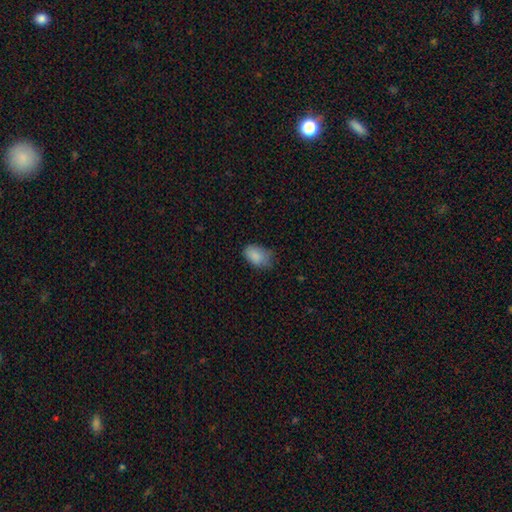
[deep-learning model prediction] This is clearly a smooth galaxy (86%). How rounded: clearly in between (88%). Merging: possibly none (58%).